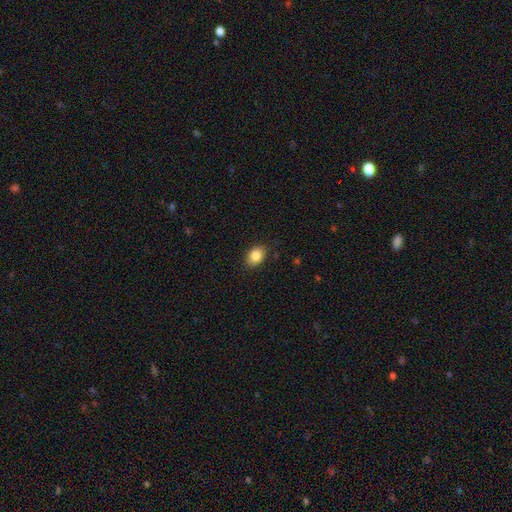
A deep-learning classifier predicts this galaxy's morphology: Overall: smooth (85%). How rounded: in between (71%). Merging: none (86%).